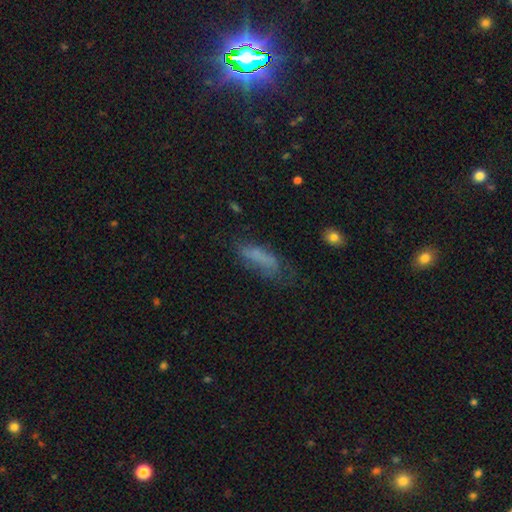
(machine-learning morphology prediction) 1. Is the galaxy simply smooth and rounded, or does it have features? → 61% smooth, 26% featured or disk, 13% star or artifact.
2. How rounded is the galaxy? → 54% in between, 43% cigar-shaped, 3% round.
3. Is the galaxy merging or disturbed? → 44% none, 29% minor disturbance, 23% major disturbance, 3% merger.